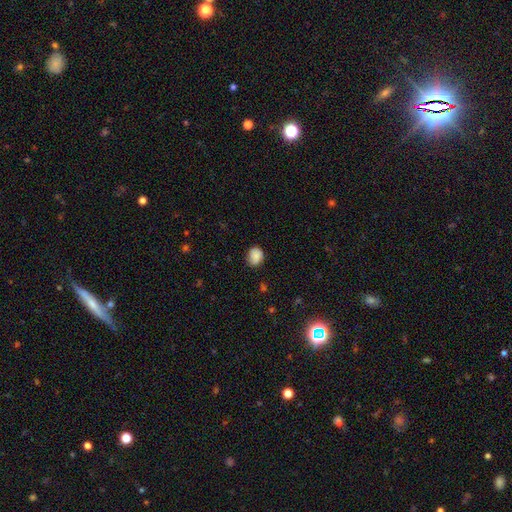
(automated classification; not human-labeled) Smooth or featured? Predicted: smooth (p=0.85). How rounded? Predicted: round (p=0.54). Merging? Predicted: none (p=0.74).